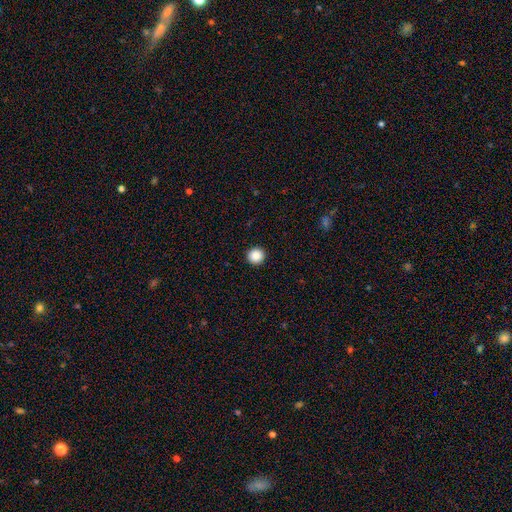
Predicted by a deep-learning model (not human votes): Smooth or featured? Predicted: smooth (p=0.88). How rounded? Predicted: round (p=0.96). Merging? Predicted: none (p=0.94).